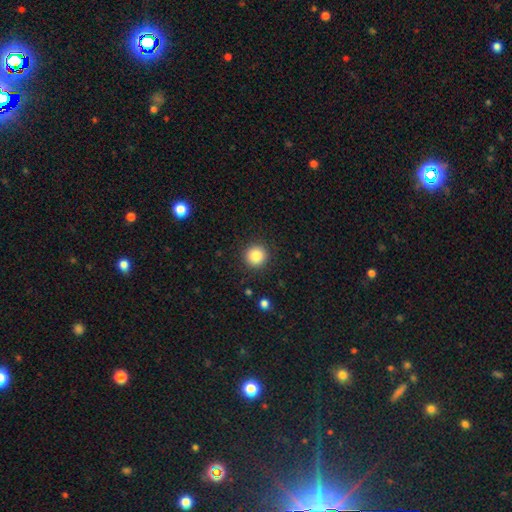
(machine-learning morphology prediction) Overall: smooth (85%). How rounded: round (95%). Merging: none (91%).